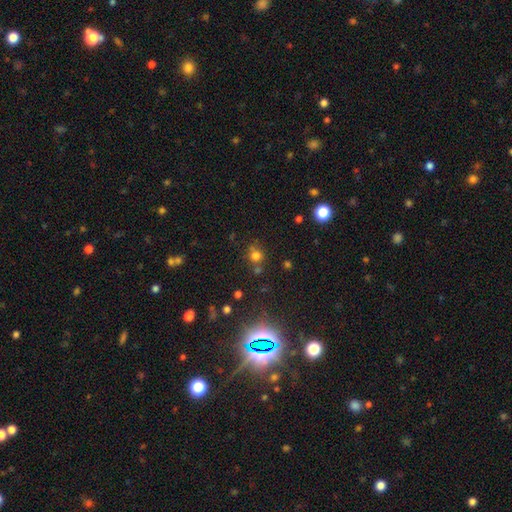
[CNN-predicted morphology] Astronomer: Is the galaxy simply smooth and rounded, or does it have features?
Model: smooth — 70%.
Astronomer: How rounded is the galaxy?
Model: round — 82%.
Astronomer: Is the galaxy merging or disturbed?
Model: none — 64%.